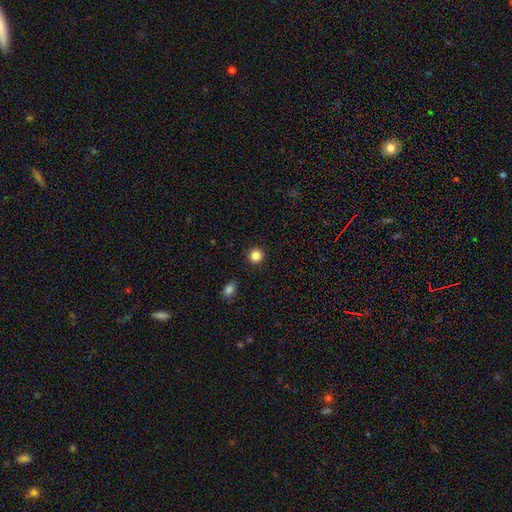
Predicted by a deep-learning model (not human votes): smooth-or-featured: smooth: 86% | star or artifact: 11% | featured or disk: 3%
  how-rounded: round: 94% | in between: 5% | cigar-shaped: 1%
  merging: none: 92% | minor disturbance: 5% | major disturbance: 2% | merger: 1%